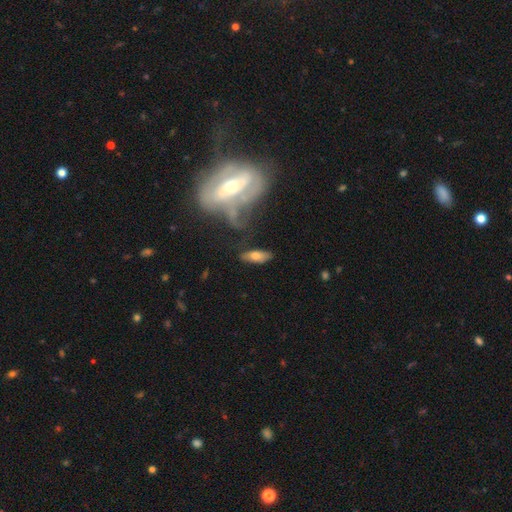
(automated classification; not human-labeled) A smooth galaxy with no disk features (62%) that is in between round and cigar-shaped (70%). Merging: none (68%).